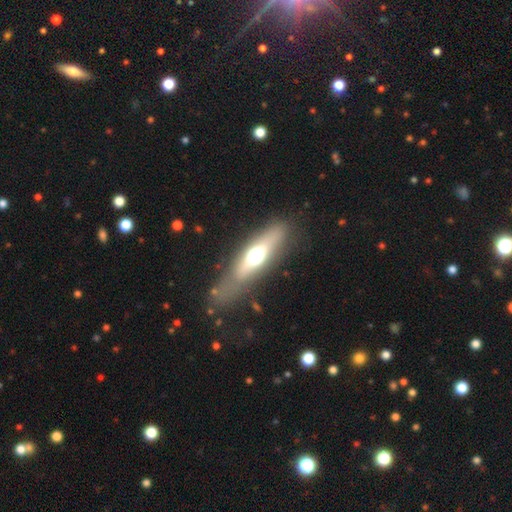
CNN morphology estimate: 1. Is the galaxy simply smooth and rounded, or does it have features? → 48% featured or disk, 43% smooth, 9% star or artifact.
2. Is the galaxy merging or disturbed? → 76% none, 14% minor disturbance, 8% major disturbance, 2% merger.